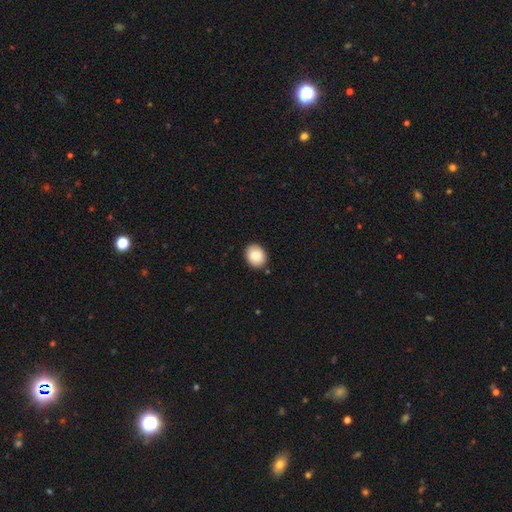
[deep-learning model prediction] Overall: smooth (88%). How rounded: round (54%; in between 45%). Merging: none (89%).